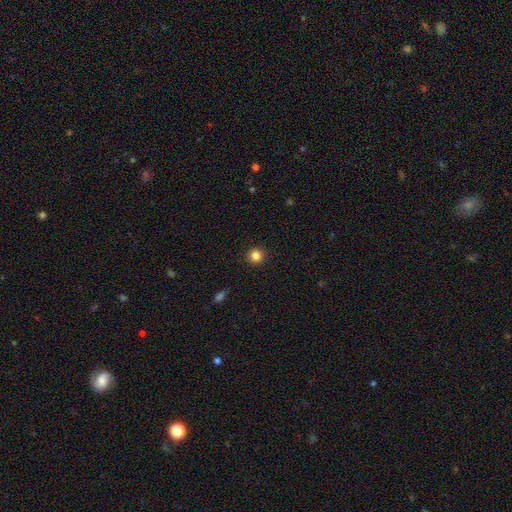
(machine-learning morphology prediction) Smooth or featured?
  - smooth: 84% *
  - star or artifact: 12%
  - featured or disk: 4%
How rounded?
  - round: 93% *
  - in between: 6%
  - cigar-shaped: 1%
Merging?
  - none: 92% *
  - minor disturbance: 5%
  - major disturbance: 2%
  - merger: 1%